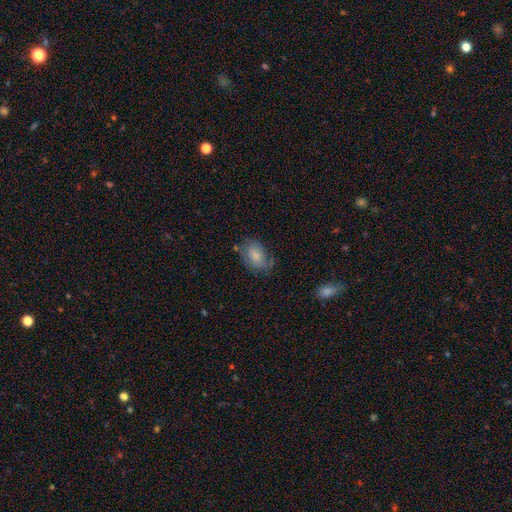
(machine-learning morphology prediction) This is likely a smooth galaxy (66%). How rounded: clearly in between (81%). Merging: possibly none (54%).